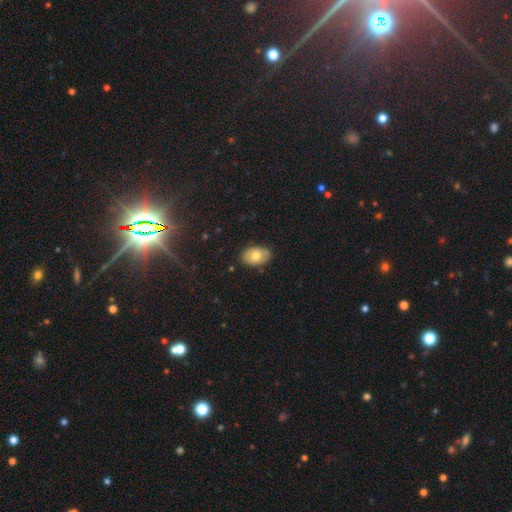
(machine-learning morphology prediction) The model was most divided on "smooth or featured": smooth: 69%, featured or disk: 24%, star or artifact: 7%. More confident: how rounded — in between (87%); merging — none (84%).